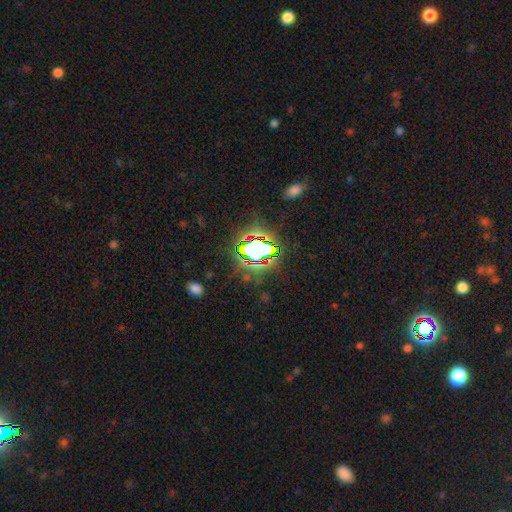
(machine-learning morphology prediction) A star or artifact, not a galaxy (82%).

Vote fractions:
- Smooth or featured? star or artifact: 82% / smooth: 10% / featured or disk: 7%